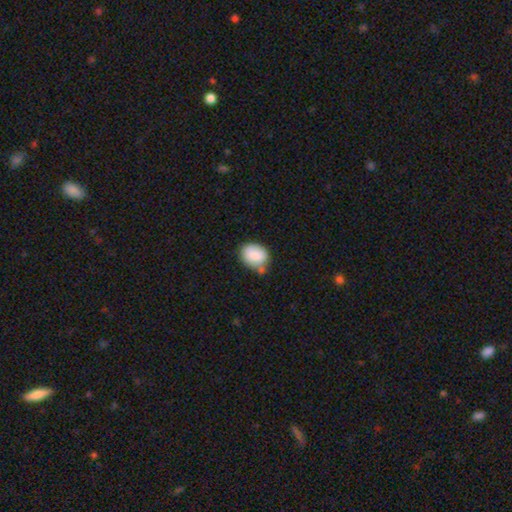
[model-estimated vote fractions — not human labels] smooth_or_featured: smooth (p=0.87) [alt: star or artifact p=0.07]
how_rounded: in between (p=0.62) [alt: round p=0.37]
merging: none (p=0.58) [alt: minor disturbance p=0.26]